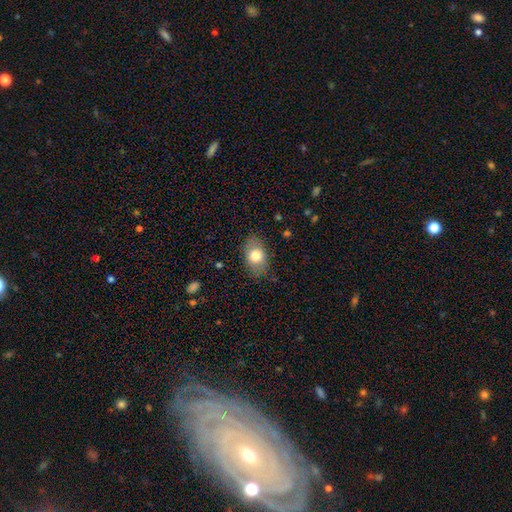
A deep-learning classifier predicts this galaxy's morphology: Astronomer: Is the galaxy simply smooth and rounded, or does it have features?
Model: smooth — 75%.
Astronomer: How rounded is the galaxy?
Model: in between — 83%.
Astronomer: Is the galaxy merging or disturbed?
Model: none — 81%.